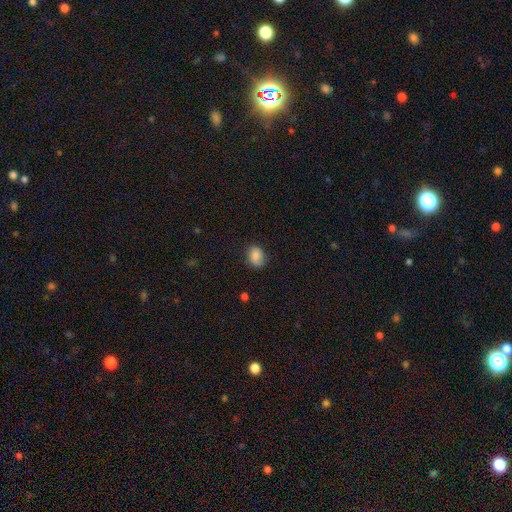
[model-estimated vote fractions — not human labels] Morphology: type=smooth (80%); roundness=in between (59%); merging=none (74%).